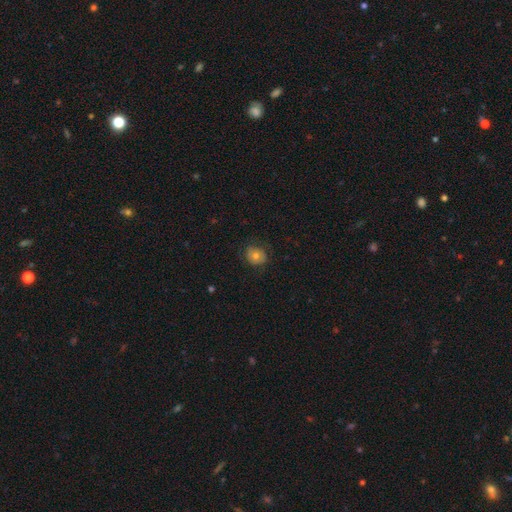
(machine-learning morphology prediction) Smooth or featured?
  - smooth: 60% *
  - featured or disk: 30%
  - star or artifact: 10%
How rounded?
  - round: 72% *
  - in between: 27%
  - cigar-shaped: 1%
Merging?
  - none: 73% *
  - minor disturbance: 18%
  - major disturbance: 8%
  - merger: 1%